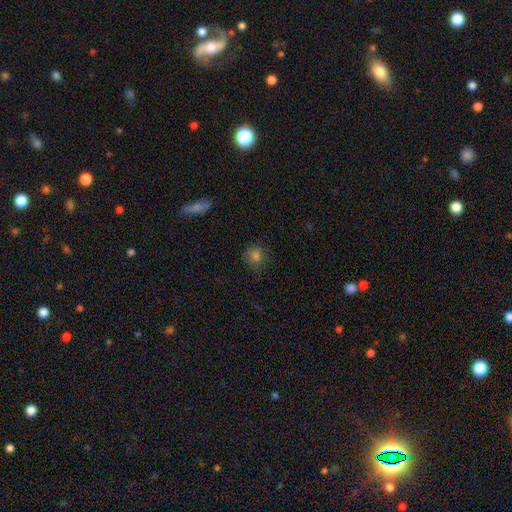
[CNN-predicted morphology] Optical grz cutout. It shows a smooth galaxy with no disk features (76%) that is round (67%). Merging: none (74%).